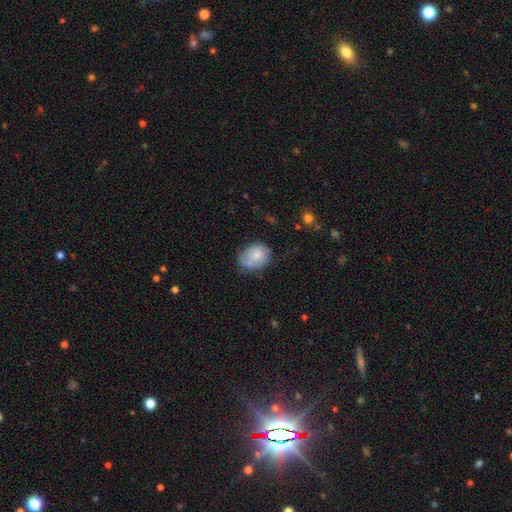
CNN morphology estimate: Smooth or featured: smooth — 64% (featured or disk — 29%)
How rounded: in between — 55% (round — 44%)
Merging: none — 50% (minor disturbance — 31%)